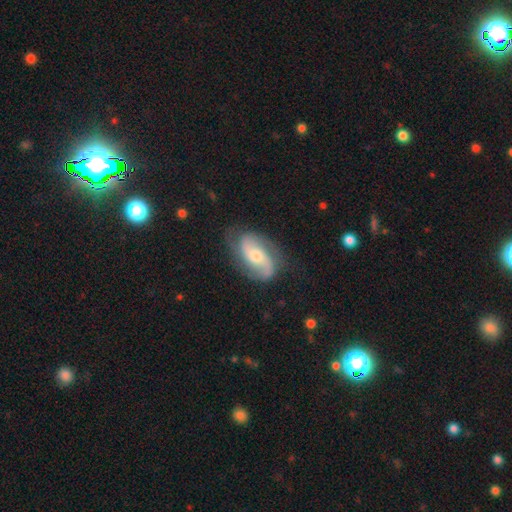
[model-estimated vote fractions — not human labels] This is clearly a featured or disk galaxy (81%). It is clearly not viewed edge-on (96%). Bar: possibly no (51%). Spiral arm pattern: clearly yes (95%). Spiral arm count: clearly 2 (85%). Spiral winding: marginally medium (43%). Central bulge: possibly moderate (55%). Merging: likely none (74%).